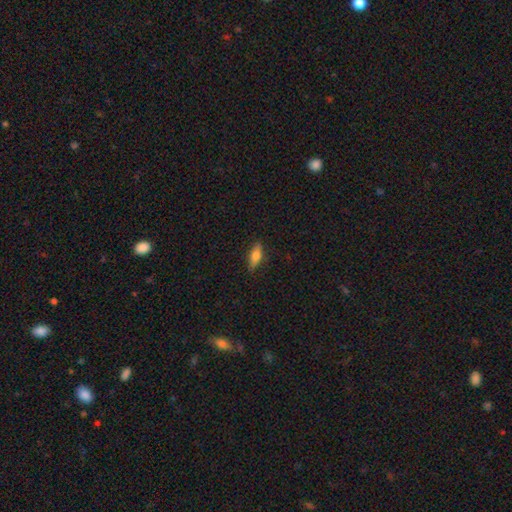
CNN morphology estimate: Smooth or featured? Predicted: smooth (p=0.69). How rounded? Predicted: in between (p=0.58). Merging? Predicted: none (p=0.84).